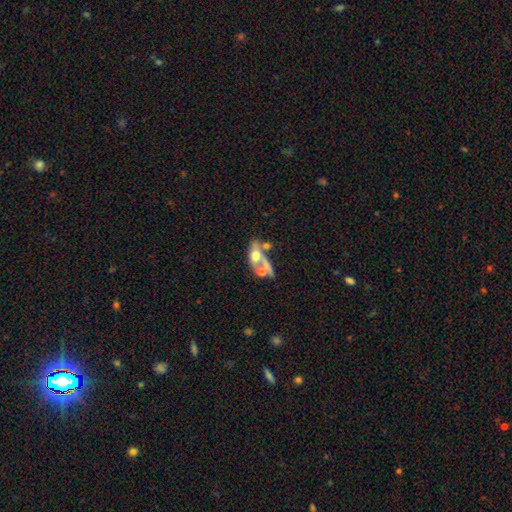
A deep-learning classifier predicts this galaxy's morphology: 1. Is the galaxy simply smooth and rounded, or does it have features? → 50% smooth, 40% featured or disk, 10% star or artifact.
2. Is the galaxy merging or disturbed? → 54% merger, 25% none, 11% major disturbance, 11% minor disturbance.